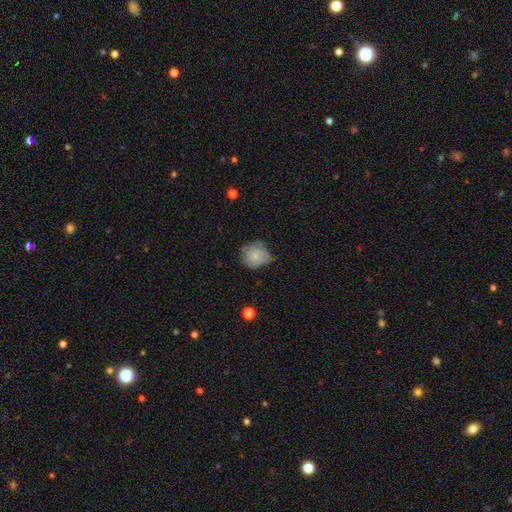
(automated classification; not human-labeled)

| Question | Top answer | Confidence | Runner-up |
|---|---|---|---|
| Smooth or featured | smooth | 59% | featured or disk (33%) |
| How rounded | round | 75% | in between (24%) |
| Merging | none | 50% | minor disturbance (37%) |